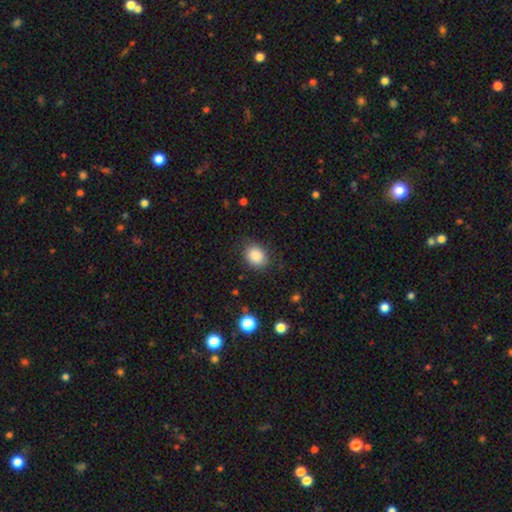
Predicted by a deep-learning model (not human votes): smooth 87%, star or artifact 9%, featured or disk 4%. Down the decision tree: how rounded — round (50%); merging — none (83%).